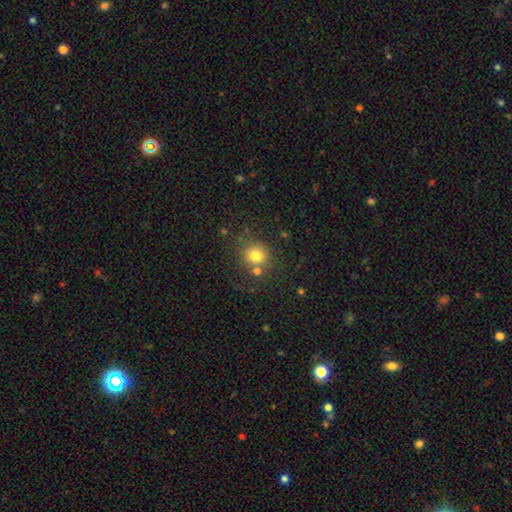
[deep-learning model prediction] Q: Smooth or featured?
A: smooth (76%); runner-up: star or artifact (14%)
Q: How rounded?
A: round (87%); runner-up: in between (12%)
Q: Merging?
A: none (71%); runner-up: merger (13%)